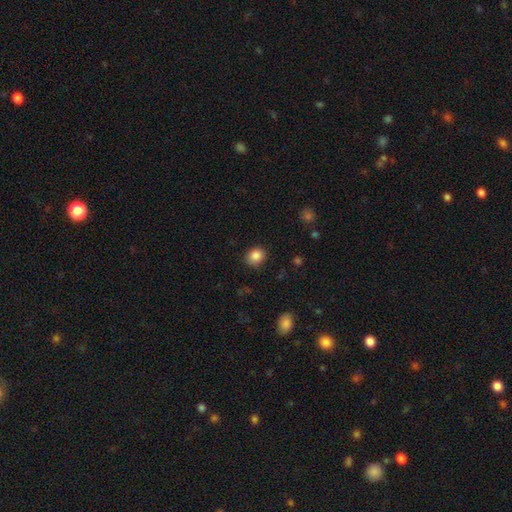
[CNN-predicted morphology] A smooth galaxy with no disk features (86%) that is round (69%).

Vote fractions:
- Smooth or featured? smooth: 86% / star or artifact: 10% / featured or disk: 4%
- How rounded? round: 69% / in between: 30% / cigar-shaped: 1%
- Merging? none: 87% / minor disturbance: 10% / major disturbance: 2% / merger: 1%